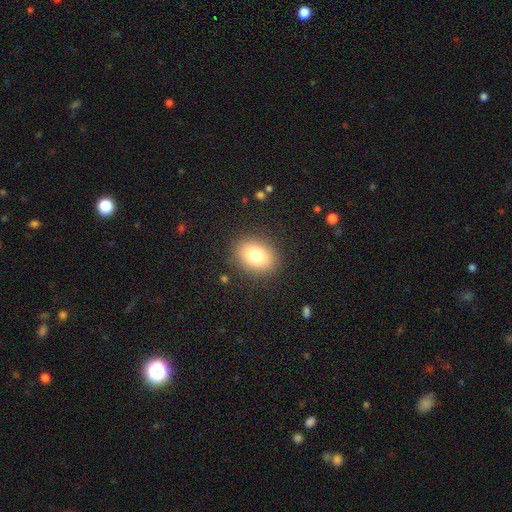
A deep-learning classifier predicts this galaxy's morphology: Q: Smooth or featured?
A: smooth (79%); runner-up: featured or disk (11%)
Q: How rounded?
A: in between (59%); runner-up: round (40%)
Q: Merging?
A: none (87%); runner-up: minor disturbance (8%)